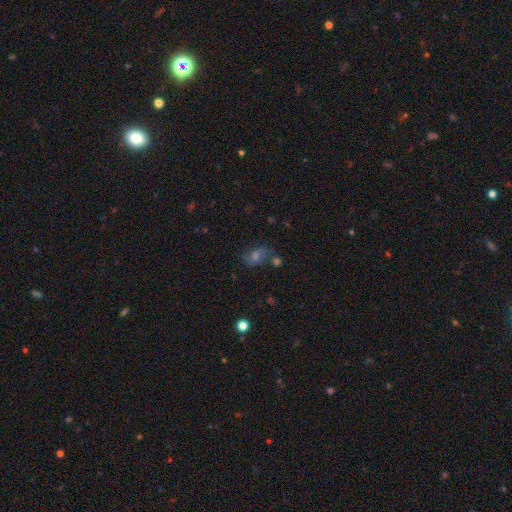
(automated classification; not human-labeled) The model was most divided on "smooth or featured": featured or disk: 40%, smooth: 33%, star or artifact: 27%. More confident: merging — none (64%).